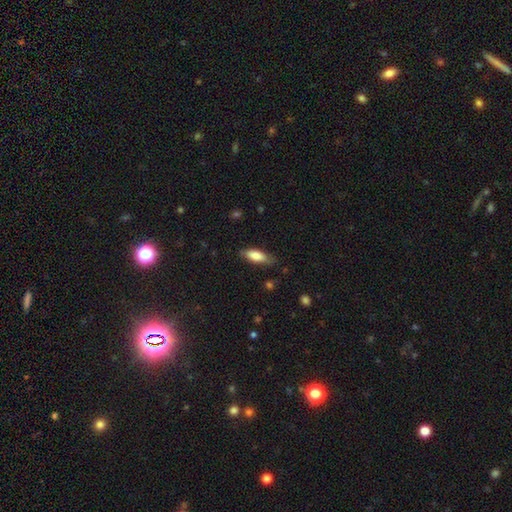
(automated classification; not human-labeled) The model was most divided on "how rounded": in between: 66%, cigar-shaped: 32%, round: 2%. More confident: smooth or featured — smooth (78%); merging — none (74%).